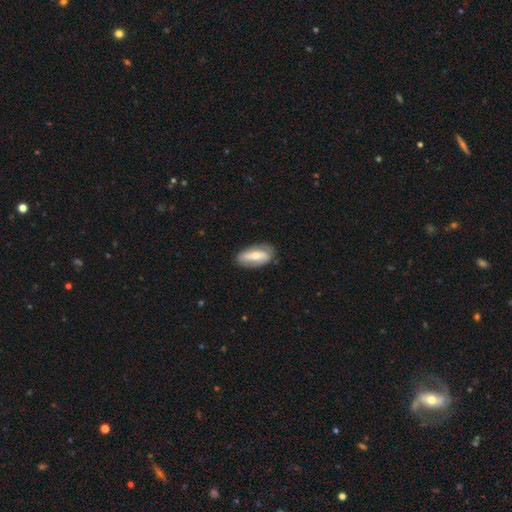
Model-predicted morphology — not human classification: Smooth or featured?
  - featured or disk: 49% *
  - smooth: 45%
  - star or artifact: 6%
Merging?
  - none: 79% *
  - minor disturbance: 16%
  - major disturbance: 4%
  - merger: 1%